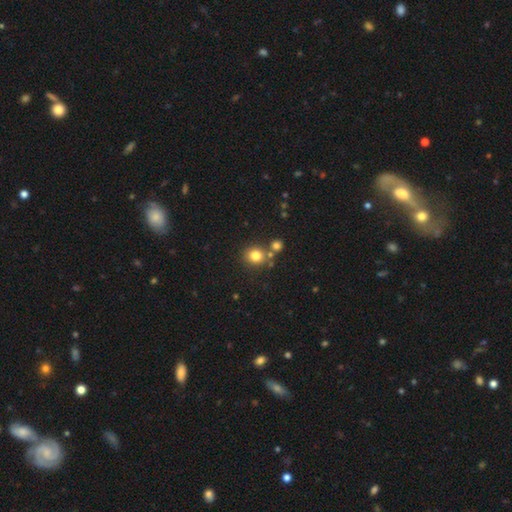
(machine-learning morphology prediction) smooth 79%, star or artifact 13%, featured or disk 7%. Down the decision tree: how rounded — round (85%); merging — none (72%).